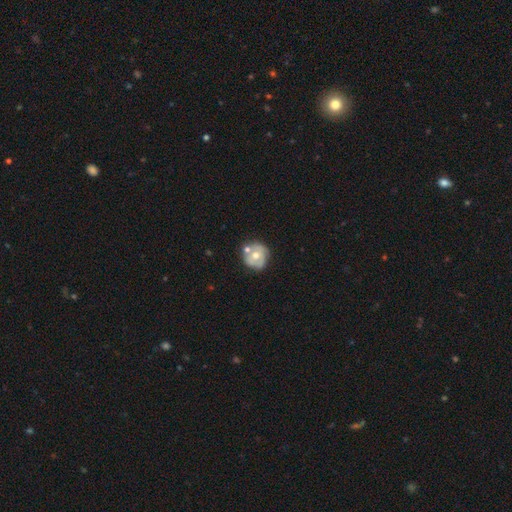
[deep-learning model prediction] The model was most divided on "smooth or featured": featured or disk: 48%, smooth: 45%, star or artifact: 7%. More confident: merging — none (52%).